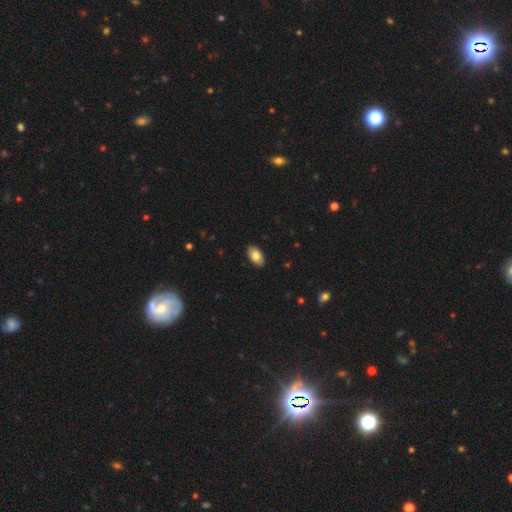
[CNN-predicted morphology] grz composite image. It shows a smooth galaxy with no disk features (82%) that is in between round and cigar-shaped (94%). Merging: none (89%).